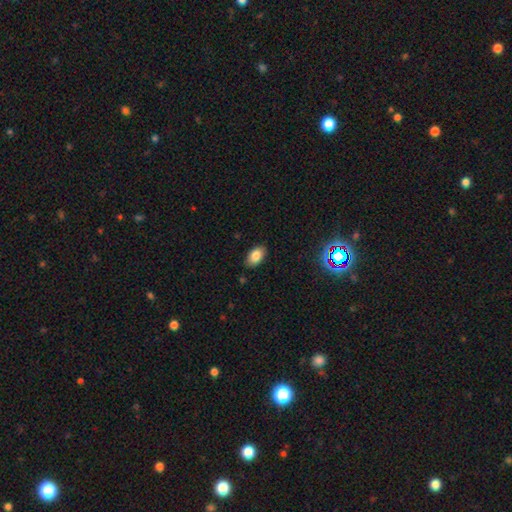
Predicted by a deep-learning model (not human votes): Q: Smooth or featured?
A: smooth (82%); runner-up: star or artifact (10%)
Q: How rounded?
A: in between (91%); runner-up: round (7%)
Q: Merging?
A: none (86%); runner-up: minor disturbance (10%)